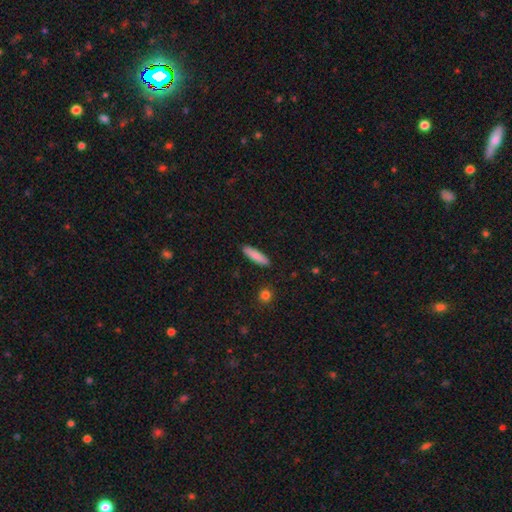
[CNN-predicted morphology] smooth-or-featured: smooth: 83% | featured or disk: 11% | star or artifact: 6%
  how-rounded: cigar-shaped: 69% | in between: 29% | round: 2%
  merging: none: 90% | minor disturbance: 7% | major disturbance: 2% | merger: 1%